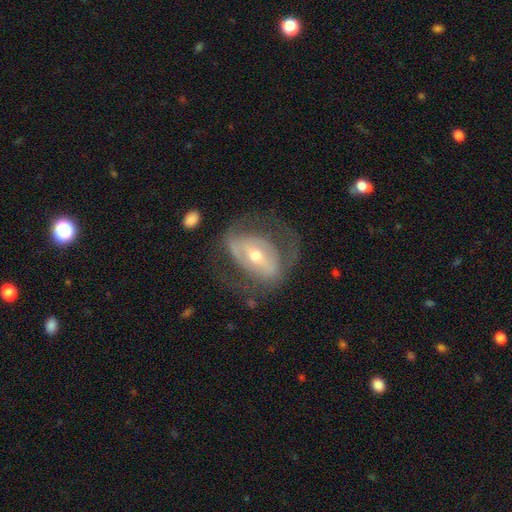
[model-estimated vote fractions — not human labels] This appears to be a featured or disk galaxy (79%) with a strong bar (44%), 2 (73%) medium (44%) spiral arms (74%) and a moderate central bulge (54%). Merging: none (57%).